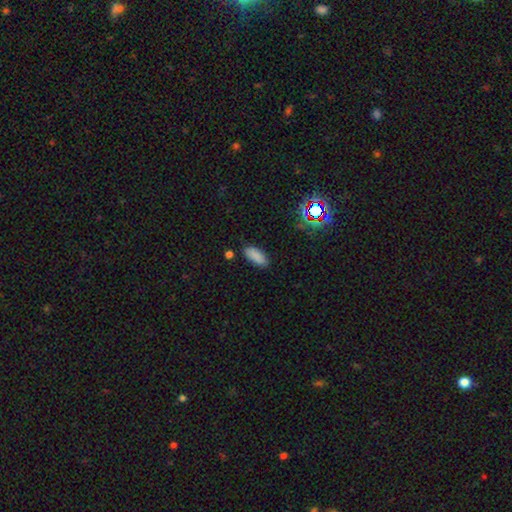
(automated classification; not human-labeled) A smooth galaxy with no disk features (85%) that is in between round and cigar-shaped (83%).

Vote fractions:
- Smooth or featured? smooth: 85% / star or artifact: 11% / featured or disk: 5%
- How rounded? in between: 83% / cigar-shaped: 15% / round: 2%
- Merging? none: 83% / minor disturbance: 12% / major disturbance: 3% / merger: 2%